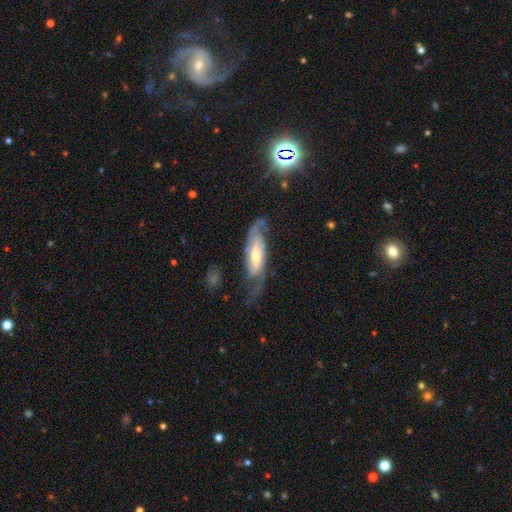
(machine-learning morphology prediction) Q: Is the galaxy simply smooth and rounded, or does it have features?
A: featured or disk — 81%.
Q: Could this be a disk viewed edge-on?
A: no — 84%.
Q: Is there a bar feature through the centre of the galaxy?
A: weak — 39%.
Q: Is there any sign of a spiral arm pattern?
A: yes — 94%.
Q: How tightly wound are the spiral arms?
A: medium — 45%.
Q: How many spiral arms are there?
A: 2 — 77%.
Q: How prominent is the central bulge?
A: moderate — 56%.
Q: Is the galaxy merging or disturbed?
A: none — 60%.